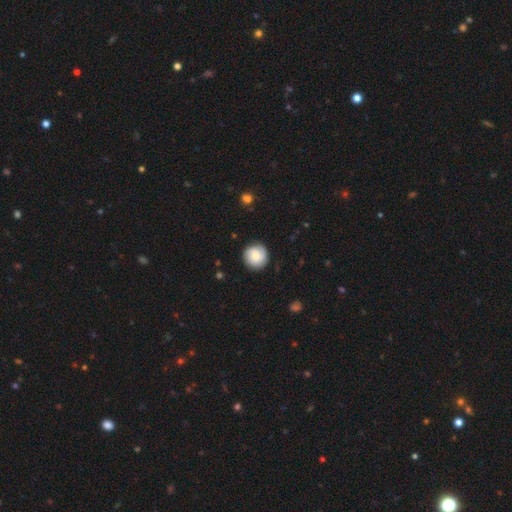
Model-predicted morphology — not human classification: smooth_or_featured: smooth (p=0.69) [alt: featured or disk p=0.24]
how_rounded: round (p=0.94) [alt: in between p=0.05]
merging: none (p=0.86) [alt: minor disturbance p=0.10]